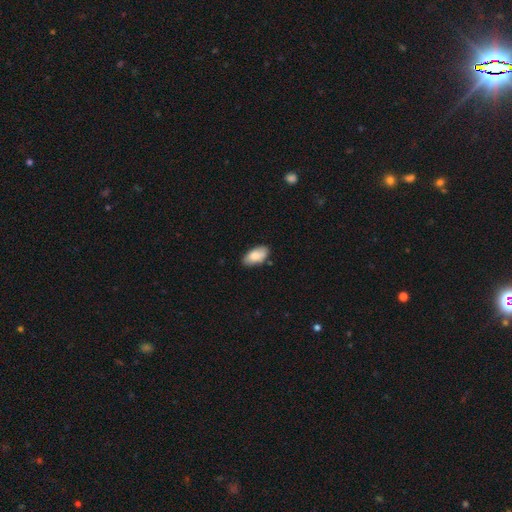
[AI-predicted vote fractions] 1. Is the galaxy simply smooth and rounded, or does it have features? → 84% smooth, 10% featured or disk, 6% star or artifact.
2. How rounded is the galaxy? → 94% in between, 4% cigar-shaped, 3% round.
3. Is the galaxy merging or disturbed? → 76% none, 19% minor disturbance, 3% major disturbance, 2% merger.